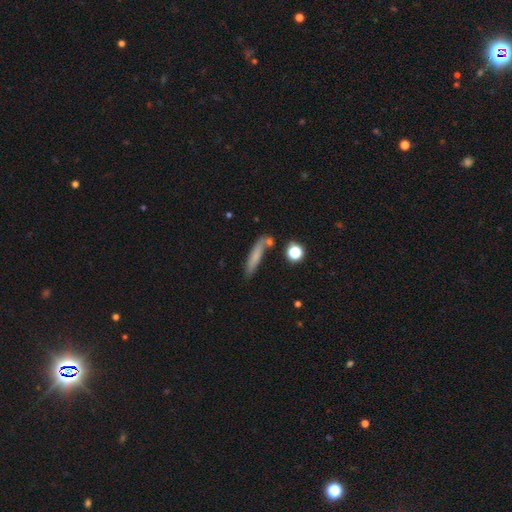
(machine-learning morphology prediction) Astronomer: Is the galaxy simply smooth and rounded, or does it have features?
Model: smooth — 69%.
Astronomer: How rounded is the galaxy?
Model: cigar-shaped — 83%.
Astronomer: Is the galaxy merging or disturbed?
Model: none — 66%.